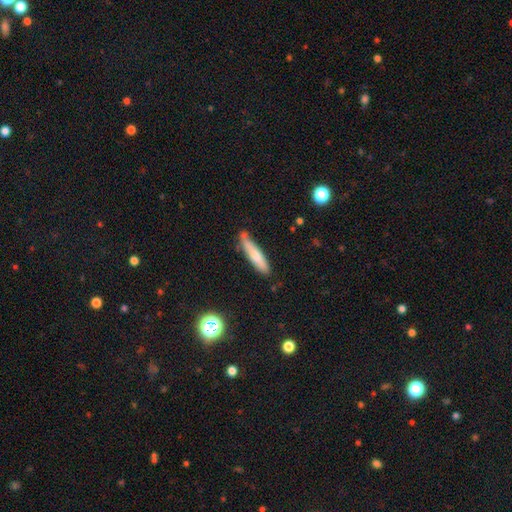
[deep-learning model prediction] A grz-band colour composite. It shows a smooth galaxy with no disk features (70%) that is cigar-shaped (84%). Merging: none (71%).